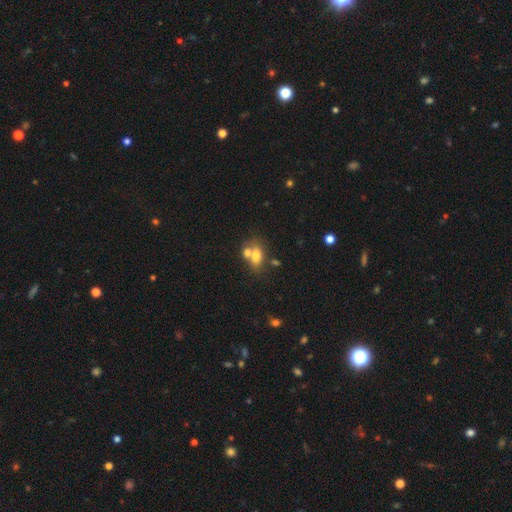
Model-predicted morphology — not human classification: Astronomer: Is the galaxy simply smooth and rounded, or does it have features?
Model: smooth — 71%.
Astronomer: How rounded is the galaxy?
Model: in between — 78%.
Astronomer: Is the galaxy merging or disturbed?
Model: merger — 46% (runner-up: none, 37%).